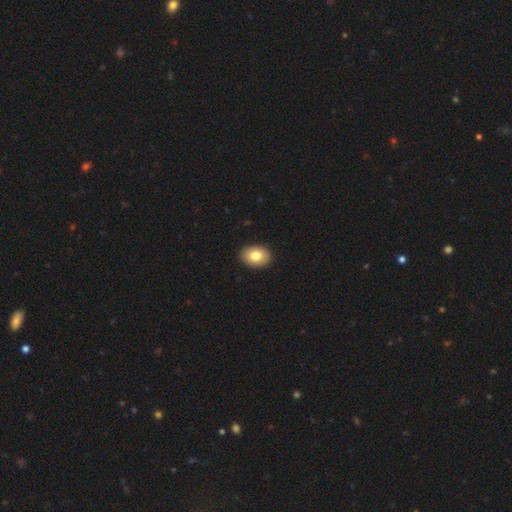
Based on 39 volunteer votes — Smooth or featured? 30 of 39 (77%) said smooth. How rounded? 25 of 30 (83%) said in between. Merging? 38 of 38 (100%) said none.